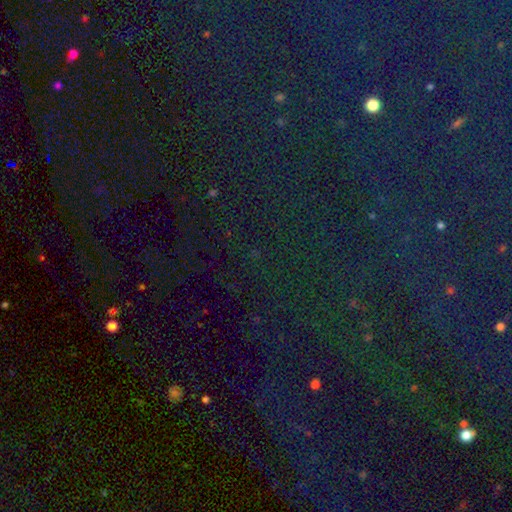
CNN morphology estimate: This is clearly a star or artifact rather than a galaxy (81%).